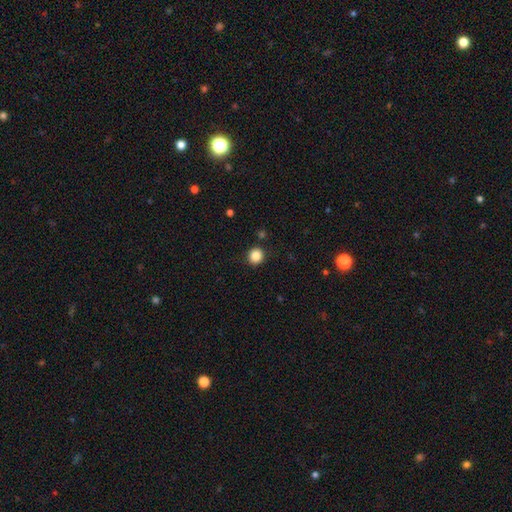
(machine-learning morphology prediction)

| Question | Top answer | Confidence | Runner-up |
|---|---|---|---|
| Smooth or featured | smooth | 85% | star or artifact (11%) |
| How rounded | round | 89% | in between (10%) |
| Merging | none | 90% | minor disturbance (6%) |